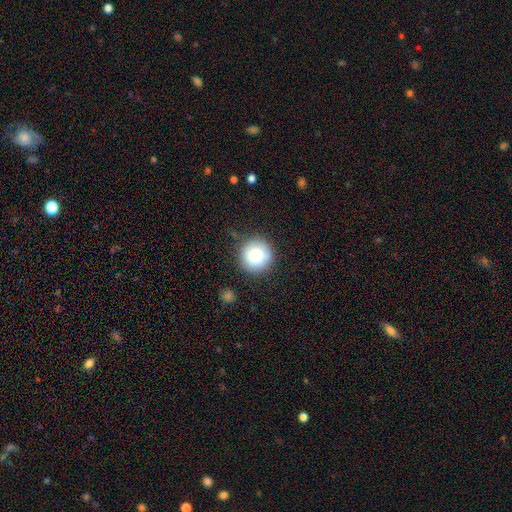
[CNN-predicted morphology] A smooth galaxy with no disk features (80%) that is round (95%). Merging: none (86%).